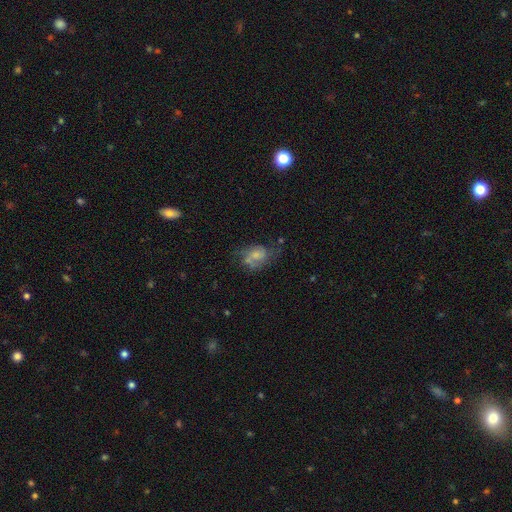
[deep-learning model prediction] featured or disk 57%, smooth 33%, star or artifact 10%. Down the decision tree: edge-on disk — no (97%); bar — no (70%); spiral arms — yes (76%); bulge size — small (40%); merging — none (43%).